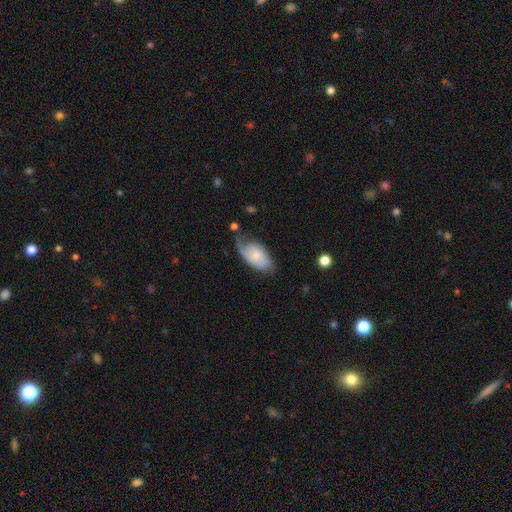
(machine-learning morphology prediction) smooth 56%, featured or disk 37%, star or artifact 7%. Down the decision tree: how rounded — in between (94%); merging — none (43%).